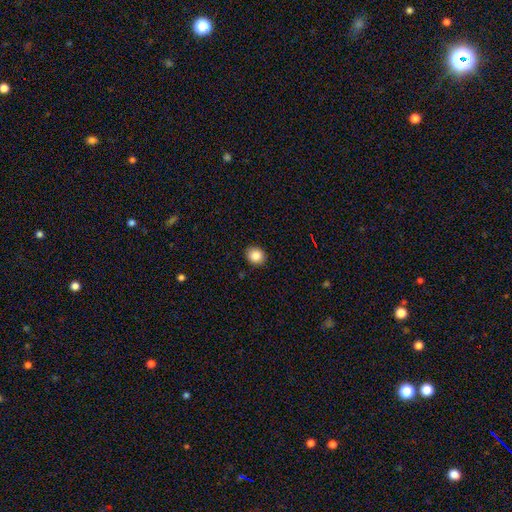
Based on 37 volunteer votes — smooth 89%, featured or disk 8%, star or artifact 3%. Down the decision tree: how rounded — round (79%); merging — none (92%).